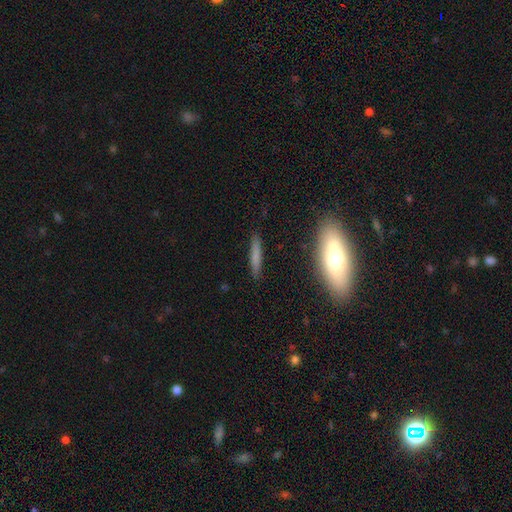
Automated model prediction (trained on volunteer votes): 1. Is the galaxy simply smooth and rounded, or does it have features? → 67% smooth, 24% featured or disk, 8% star or artifact.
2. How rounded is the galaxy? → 89% cigar-shaped, 9% in between, 3% round.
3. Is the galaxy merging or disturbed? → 86% none, 9% minor disturbance, 2% merger, 2% major disturbance.